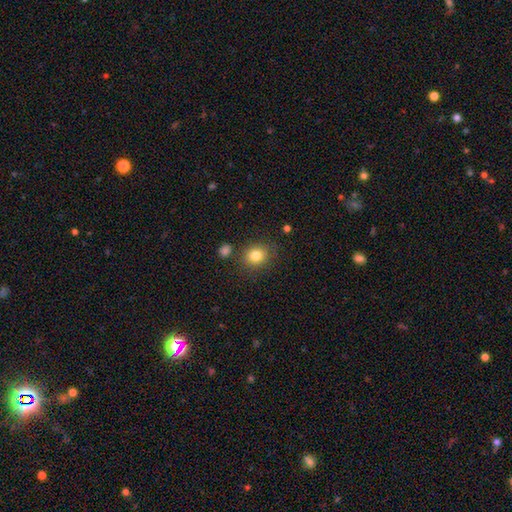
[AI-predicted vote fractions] This is clearly a smooth galaxy (82%). How rounded: likely round (74%). Merging: clearly none (83%).